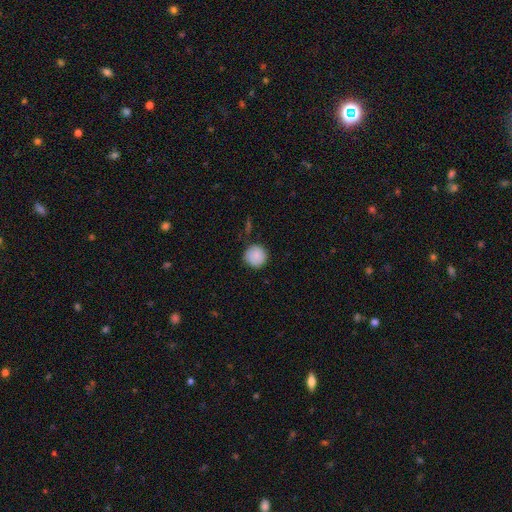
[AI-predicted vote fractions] Q: Smooth or featured?
A: smooth (87%); runner-up: star or artifact (7%)
Q: How rounded?
A: round (94%); runner-up: in between (5%)
Q: Merging?
A: none (83%); runner-up: minor disturbance (13%)